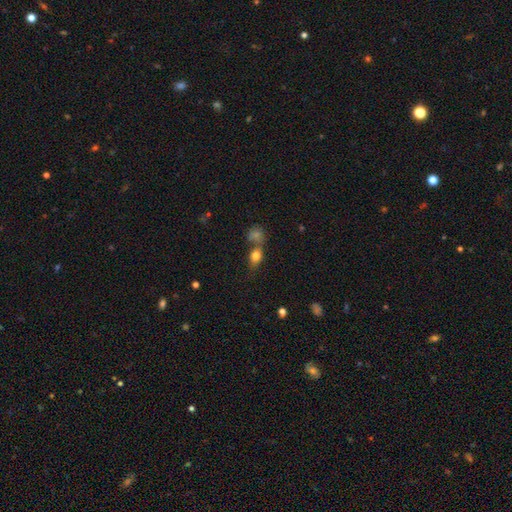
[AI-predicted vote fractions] Smooth or featured?
  - smooth: 78% *
  - featured or disk: 11%
  - star or artifact: 11%
How rounded?
  - in between: 69% *
  - round: 26%
  - cigar-shaped: 5%
Merging?
  - none: 50% *
  - merger: 31%
  - minor disturbance: 13%
  - major disturbance: 5%